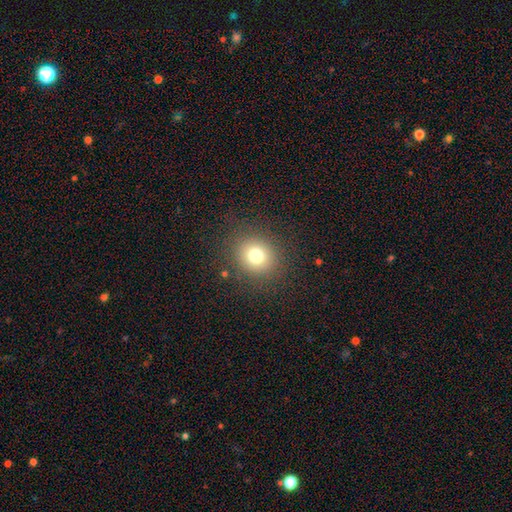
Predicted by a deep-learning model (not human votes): This is likely a smooth galaxy (75%). How rounded: clearly round (83%). Merging: clearly none (87%).